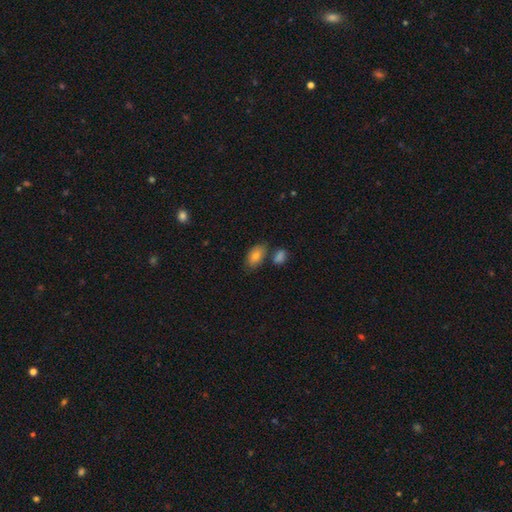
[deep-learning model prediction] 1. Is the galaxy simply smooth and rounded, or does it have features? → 77% smooth, 13% featured or disk, 10% star or artifact.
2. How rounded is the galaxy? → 89% in between, 9% round, 2% cigar-shaped.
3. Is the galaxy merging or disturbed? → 68% none, 15% merger, 14% minor disturbance, 4% major disturbance.